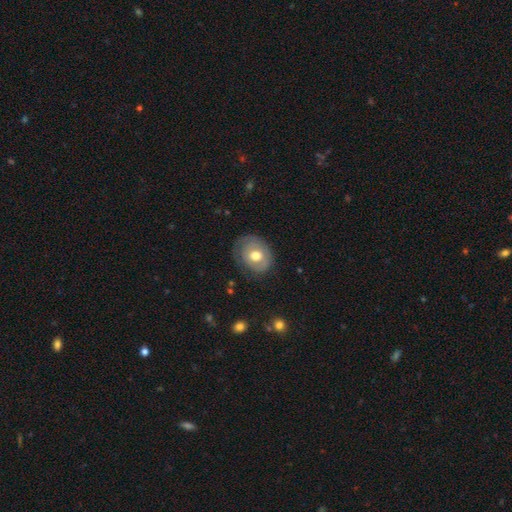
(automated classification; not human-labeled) Morphology: type=smooth (52%); roundness=round (54%); merging=none (67%).